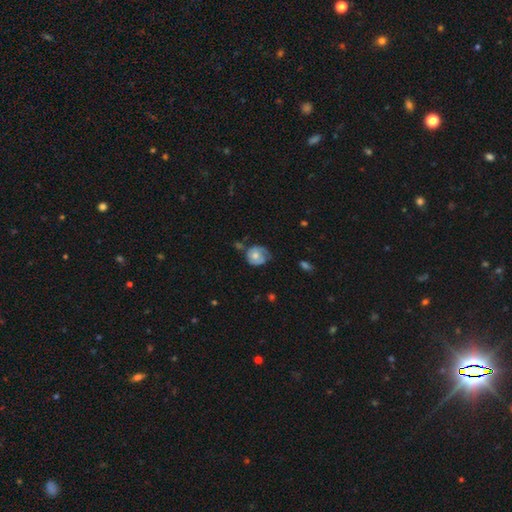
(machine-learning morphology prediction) smooth_or_featured: featured or disk (p=0.50) [alt: smooth p=0.43]
merging: none (p=0.43) [alt: minor disturbance p=0.34]